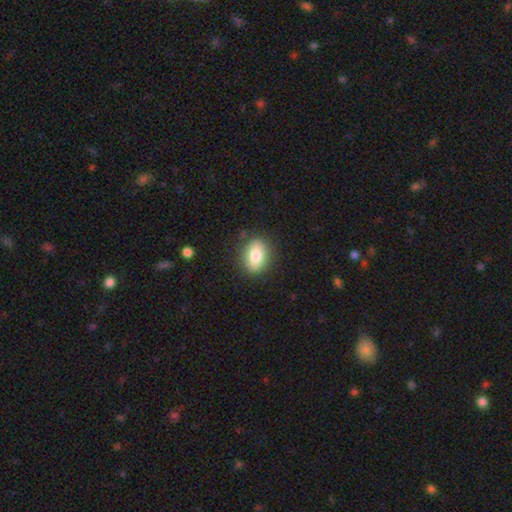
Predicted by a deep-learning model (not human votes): Morphology: type=smooth (77%); roundness=in between (77%); merging=none (83%).